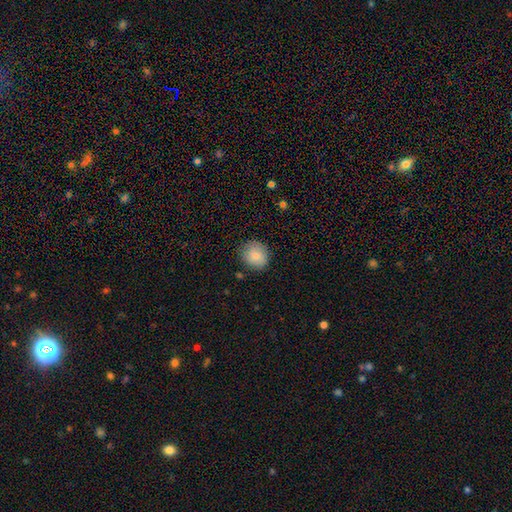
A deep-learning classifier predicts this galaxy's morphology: type=smooth (85%); roundness=round (81%); merging=none (81%).